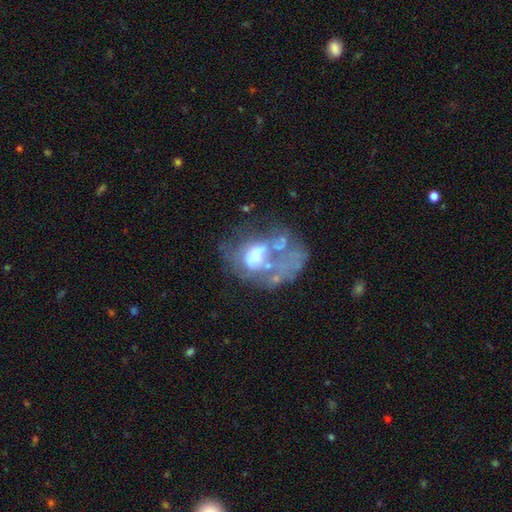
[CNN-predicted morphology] This appears to be a featured or disk galaxy (62%) with no bar (79%), no spiral arms (87%) and a moderate central bulge (39%). Merging: major disturbance (42%).